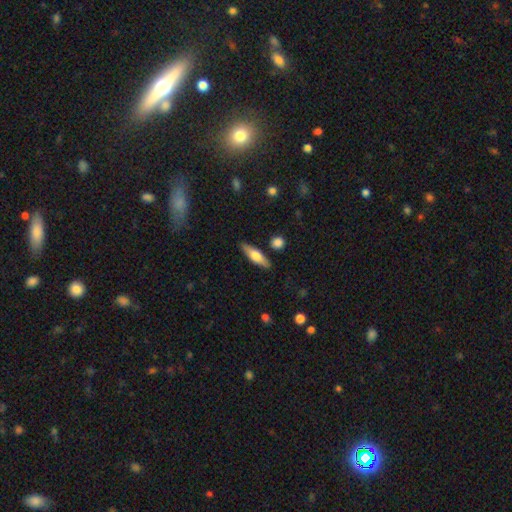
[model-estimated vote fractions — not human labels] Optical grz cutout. It shows a smooth galaxy with no disk features (56%) that is cigar-shaped (59%). Merging: none (84%).